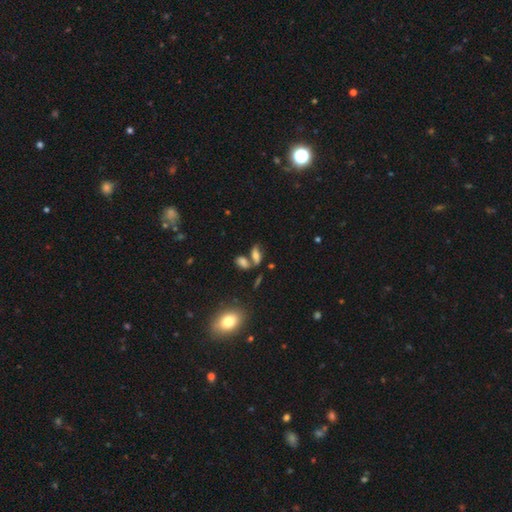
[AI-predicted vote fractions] A smooth galaxy with no disk features (66%) that is in between round and cigar-shaped (74%).

Vote fractions:
- Smooth or featured? smooth: 66% / featured or disk: 21% / star or artifact: 14%
- How rounded? in between: 74% / cigar-shaped: 19% / round: 7%
- Merging? none: 45% / merger: 36% / minor disturbance: 12% / major disturbance: 6%